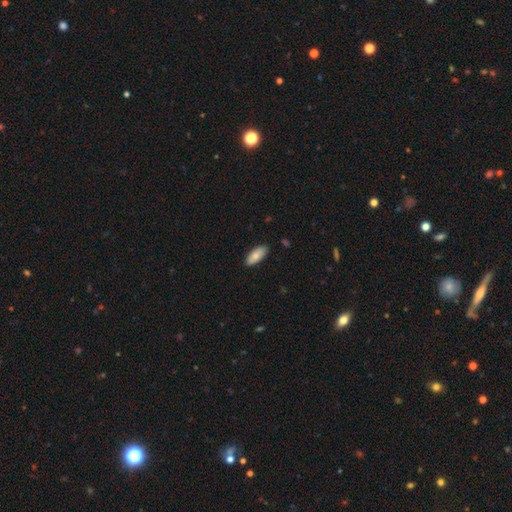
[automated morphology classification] Smooth or featured: smooth — 82% (featured or disk — 12%)
How rounded: in between — 85% (cigar-shaped — 14%)
Merging: none — 87% (minor disturbance — 10%)